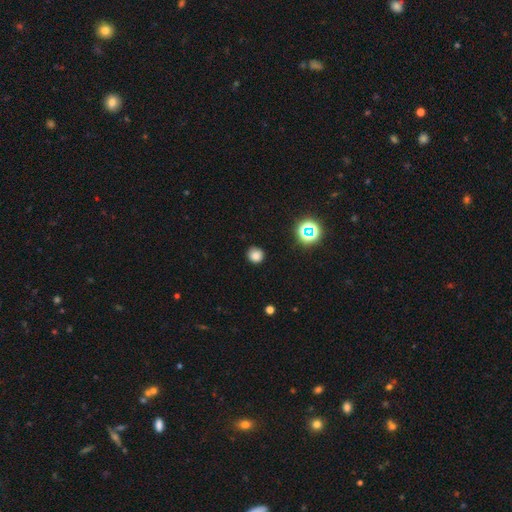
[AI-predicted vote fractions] A smooth galaxy with no disk features (79%) that is round (88%). Merging: none (86%).